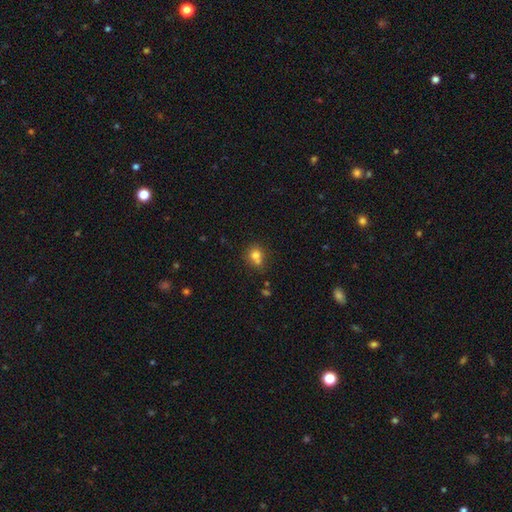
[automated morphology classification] smooth 75%, star or artifact 13%, featured or disk 12%. Down the decision tree: how rounded — round (73%); merging — none (45%).